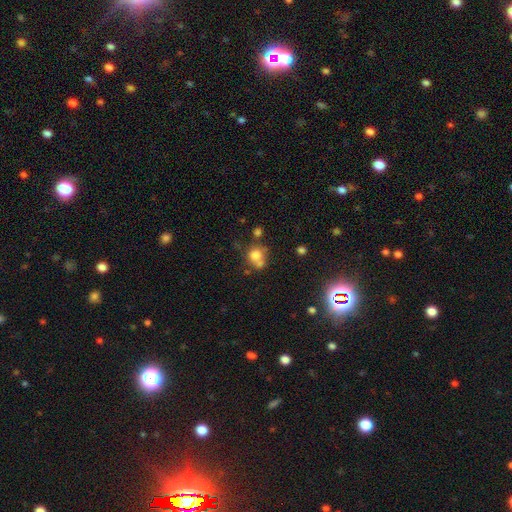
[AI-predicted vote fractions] Morphology: type=smooth (73%); roundness=round (76%); merging=none (42%).